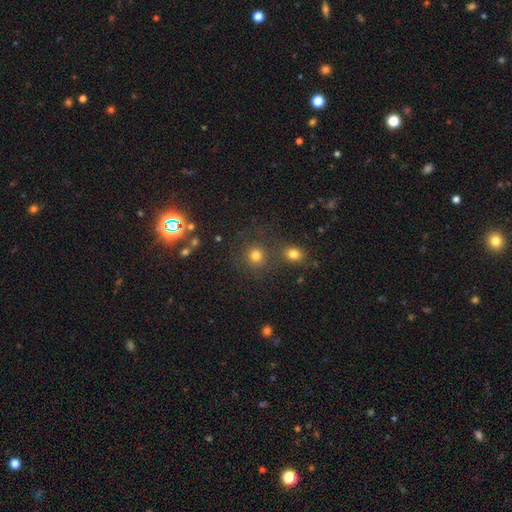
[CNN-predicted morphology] A smooth galaxy with no disk features (76%) that is round (89%). Merging: none (71%).